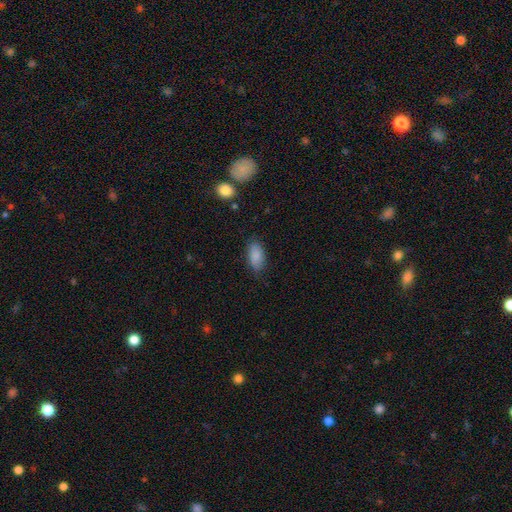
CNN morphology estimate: A smooth galaxy with no disk features (86%) that is in between round and cigar-shaped (91%).

Vote fractions:
- Smooth or featured? smooth: 86% / star or artifact: 7% / featured or disk: 6%
- How rounded? in between: 91% / cigar-shaped: 5% / round: 3%
- Merging? none: 78% / minor disturbance: 17% / major disturbance: 4% / merger: 1%